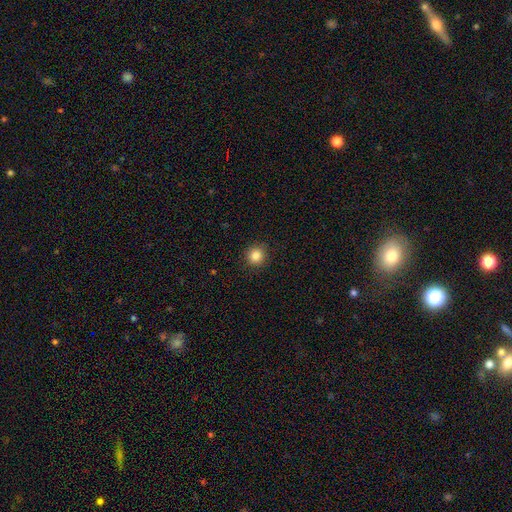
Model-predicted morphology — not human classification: type=smooth (85%); roundness=round (93%); merging=none (91%).